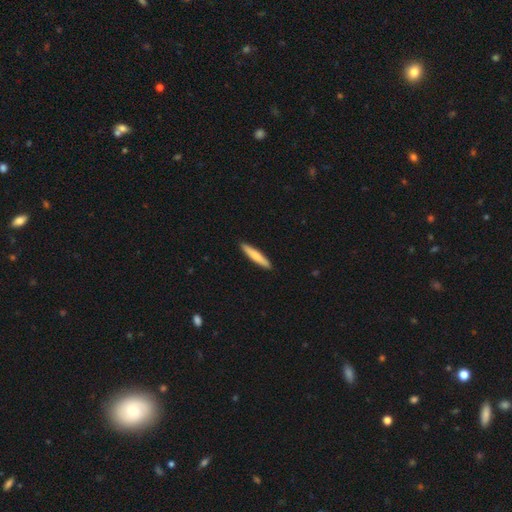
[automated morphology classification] Smooth or featured? smooth (70%)
How rounded? cigar-shaped (91%)
Merging? none (92%)